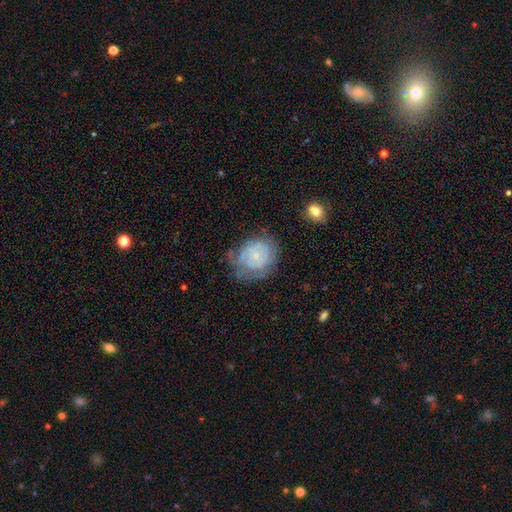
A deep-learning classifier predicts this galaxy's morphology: Smooth or featured: featured or disk — 53% (smooth — 38%)
Edge-on disk: no — 98% (yes — 2%)
Bar: no — 77% (weak — 20%)
Spiral arms: yes — 68% (no — 32%)
Bulge size: small — 66% (none — 15%)
Merging: none — 54% (minor disturbance — 28%)